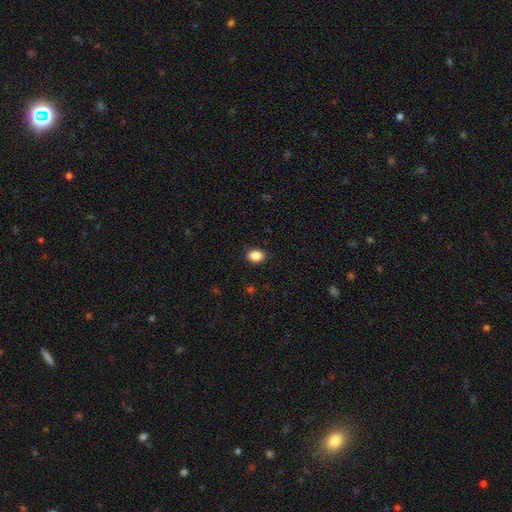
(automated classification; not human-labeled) smooth_or_featured: smooth (p=0.87) [alt: star or artifact p=0.09]
how_rounded: in between (p=0.57) [alt: round p=0.42]
merging: none (p=0.87) [alt: minor disturbance p=0.09]